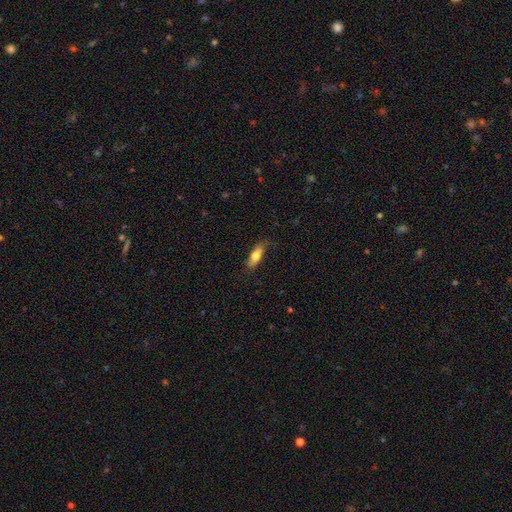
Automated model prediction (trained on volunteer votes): smooth 67%, featured or disk 27%, star or artifact 6%. Down the decision tree: how rounded — in between (57%); merging — none (73%).